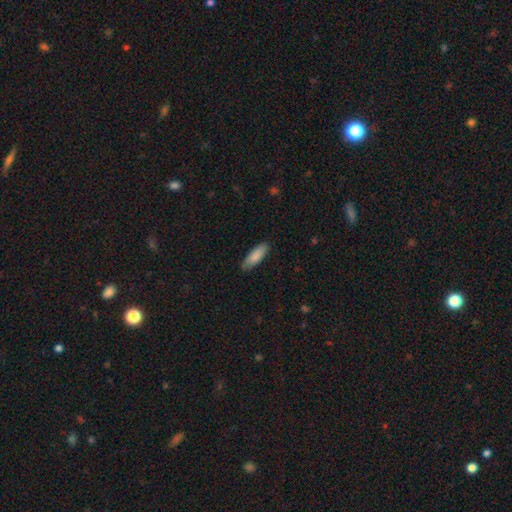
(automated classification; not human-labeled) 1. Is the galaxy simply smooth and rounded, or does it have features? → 87% smooth, 7% featured or disk, 5% star or artifact.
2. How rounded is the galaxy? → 56% in between, 42% cigar-shaped, 1% round.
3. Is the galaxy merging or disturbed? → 84% none, 12% minor disturbance, 2% major disturbance, 1% merger.